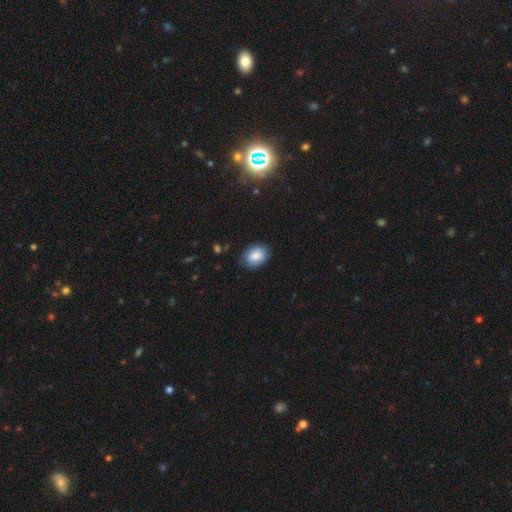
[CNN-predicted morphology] smooth_or_featured: smooth (p=0.84) [alt: featured or disk p=0.08]
how_rounded: in between (p=0.74) [alt: round p=0.25]
merging: none (p=0.78) [alt: minor disturbance p=0.18]